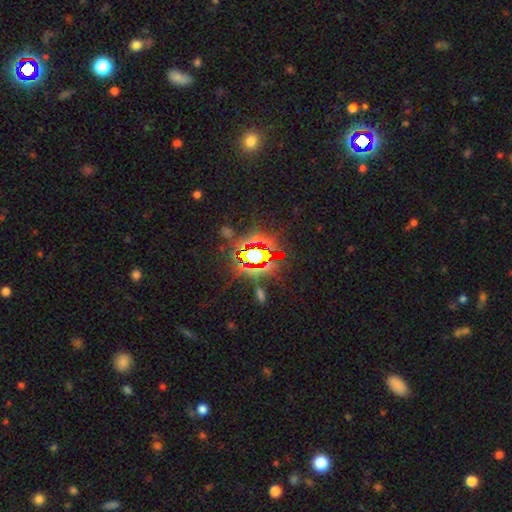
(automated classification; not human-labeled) Q: Smooth or featured?
A: star or artifact (78%); runner-up: smooth (11%)